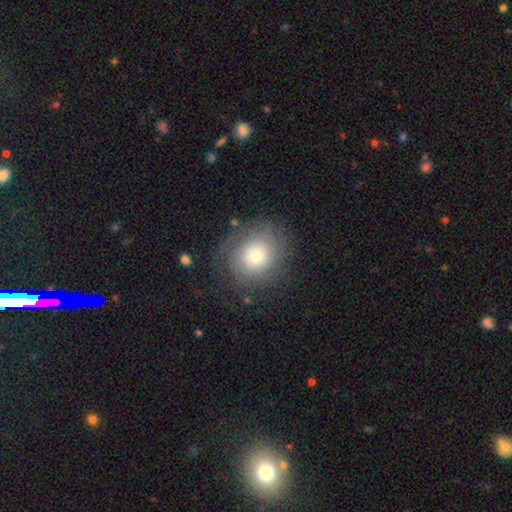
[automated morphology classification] This is possibly a smooth galaxy (56%). How rounded: likely round (77%). Merging: likely none (75%).